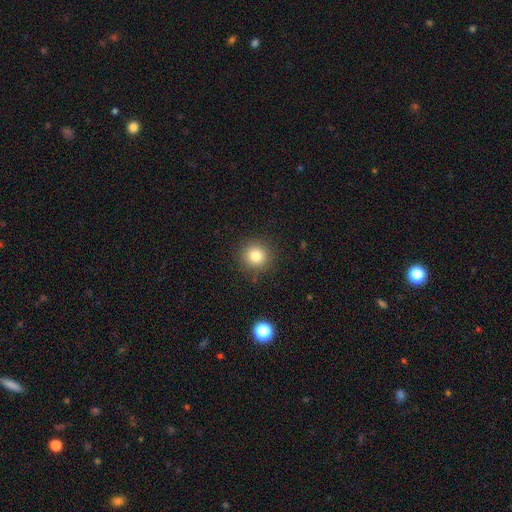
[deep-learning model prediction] Smooth or featured? smooth (80%)
How rounded? round (93%)
Merging? none (88%)